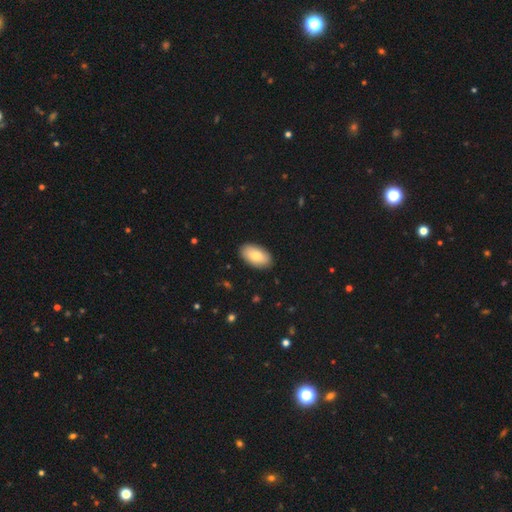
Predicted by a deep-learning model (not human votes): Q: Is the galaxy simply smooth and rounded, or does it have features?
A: smooth — 80%.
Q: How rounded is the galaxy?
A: in between — 95%.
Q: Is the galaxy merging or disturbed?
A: none — 90%.